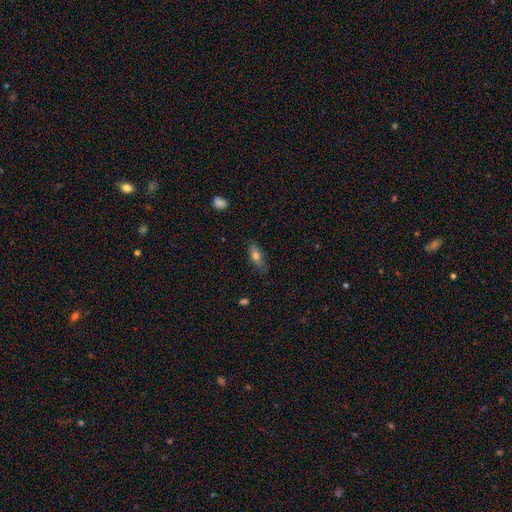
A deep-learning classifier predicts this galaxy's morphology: This appears to be a smooth galaxy with no disk features (67%) that is in between round and cigar-shaped (65%). Merging: none (75%).